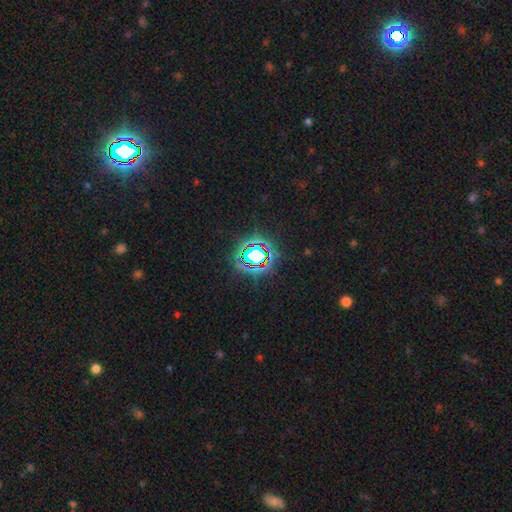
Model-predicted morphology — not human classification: A star or artifact, not a galaxy (73%).